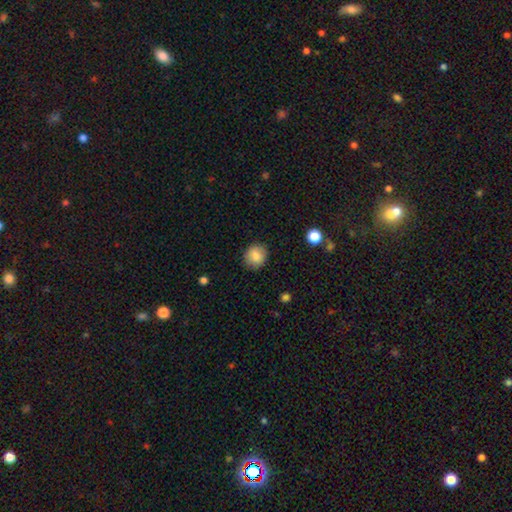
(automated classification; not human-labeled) smooth-or-featured: smooth: 84% | star or artifact: 9% | featured or disk: 8%
  how-rounded: round: 85% | in between: 14% | cigar-shaped: 1%
  merging: none: 88% | minor disturbance: 9% | major disturbance: 2% | merger: 1%